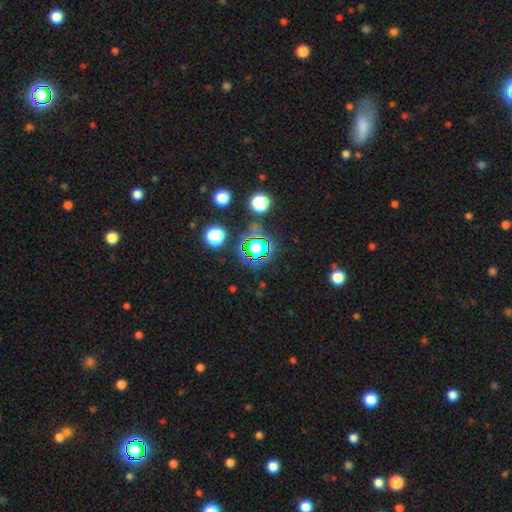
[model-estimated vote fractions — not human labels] A star or artifact, not a galaxy (77%).